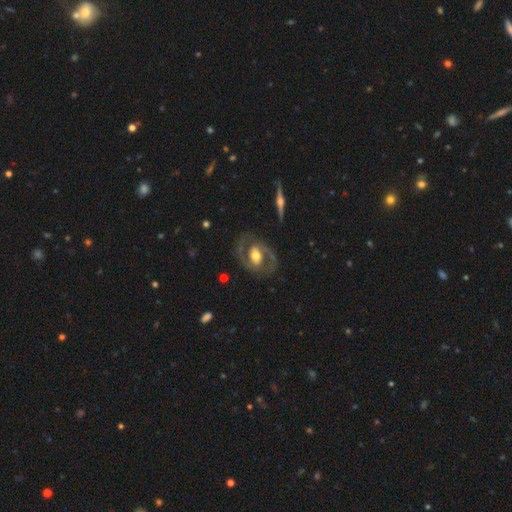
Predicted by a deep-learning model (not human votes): A featured or disk galaxy (81%) with no bar (39%), 2 (87%) medium (53%) spiral arms (80%) and a moderate central bulge (66%). Merging: none (77%).